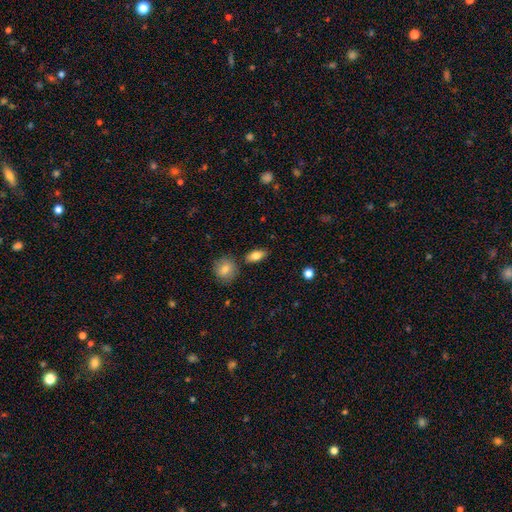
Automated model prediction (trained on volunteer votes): Q: Smooth or featured?
A: smooth (81%); runner-up: featured or disk (12%)
Q: How rounded?
A: in between (86%); runner-up: cigar-shaped (8%)
Q: Merging?
A: none (83%); runner-up: minor disturbance (10%)